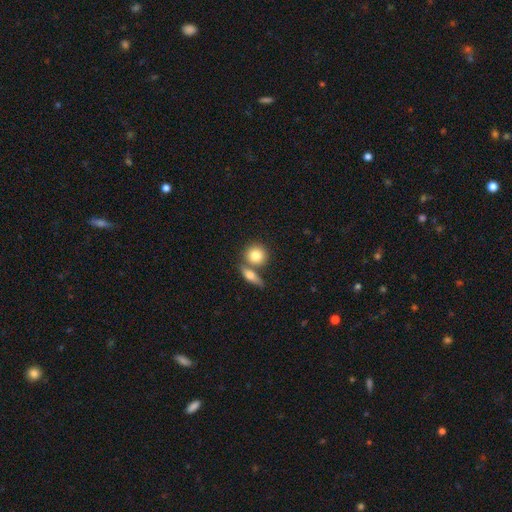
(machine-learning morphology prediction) Smooth or featured?
  - smooth: 80% *
  - featured or disk: 13%
  - star or artifact: 7%
How rounded?
  - round: 79% *
  - in between: 19%
  - cigar-shaped: 3%
Merging?
  - none: 52% *
  - merger: 36%
  - minor disturbance: 9%
  - major disturbance: 3%